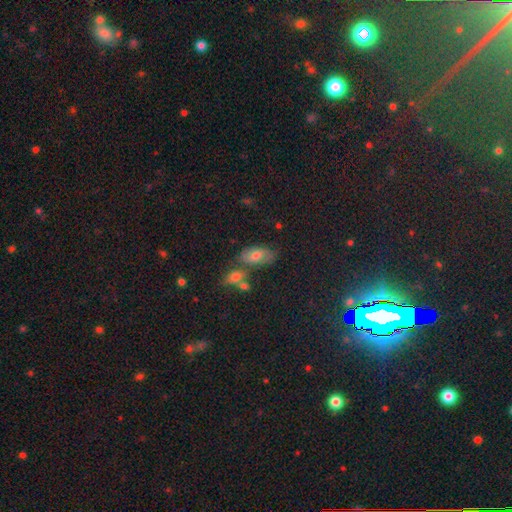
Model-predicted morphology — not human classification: Smooth or featured? smooth (59%)
How rounded? in between (88%)
Merging? none (54%)